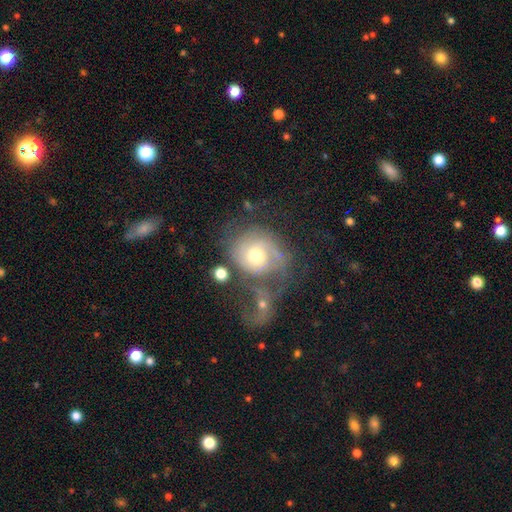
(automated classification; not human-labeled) A featured or disk galaxy (58%) with no bar (78%), spiral arms (71%) and a moderate central bulge (72%).

Vote fractions:
- Smooth or featured? featured or disk: 58% / smooth: 33% / star or artifact: 9%
- Edge-on disk? no: 97% / yes: 3%
- Bar? no: 78% / weak: 19% / strong: 4%
- Spiral arms? yes: 71% / no: 29%
- Bulge size? moderate: 72% / small: 16% / large: 9% / dominant: 1% / none: 1%
- Merging? none: 30% / merger: 28% / major disturbance: 26% / minor disturbance: 16%